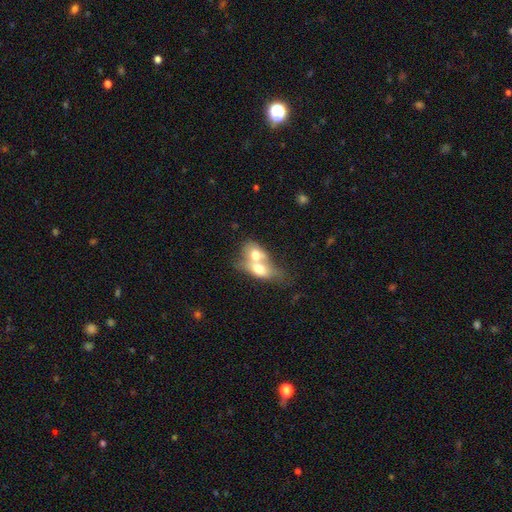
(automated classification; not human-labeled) smooth 63%, featured or disk 30%, star or artifact 7%. Down the decision tree: how rounded — in between (71%); merging — merger (81%).